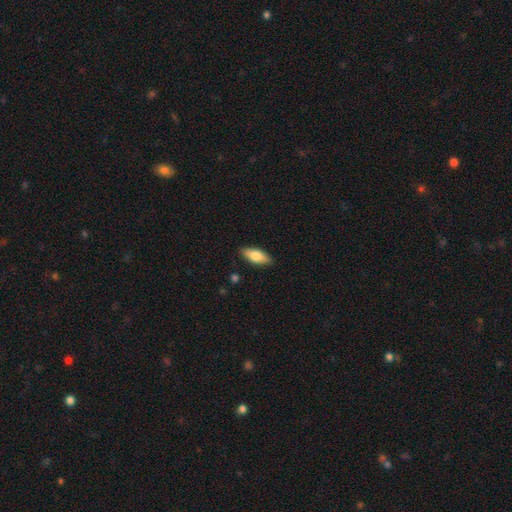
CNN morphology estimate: smooth_or_featured: smooth (p=0.75) [alt: featured or disk p=0.19]
how_rounded: in between (p=0.77) [alt: cigar-shaped p=0.20]
merging: none (p=0.87) [alt: minor disturbance p=0.10]